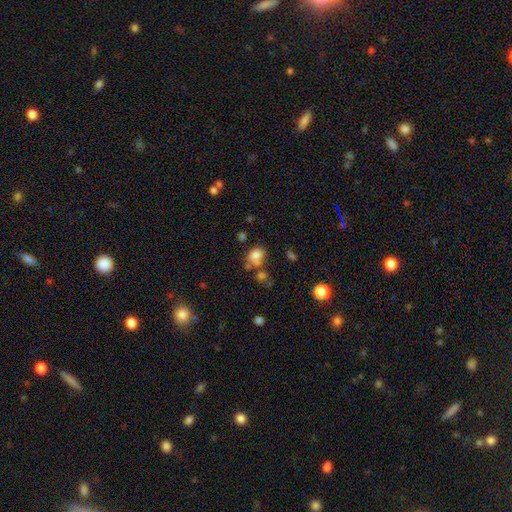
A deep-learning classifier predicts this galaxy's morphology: This is likely a smooth galaxy (78%). How rounded: likely in between (62%). Merging: possibly none (46%).